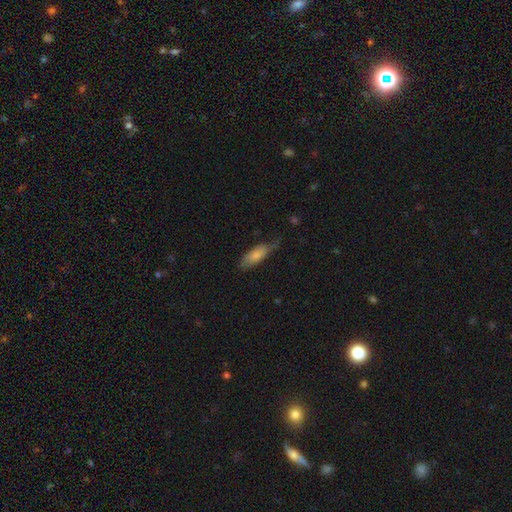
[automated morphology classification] Overall: smooth (71%). How rounded: in between (67%; cigar-shaped 31%). Merging: none (54%; minor disturbance 33%).